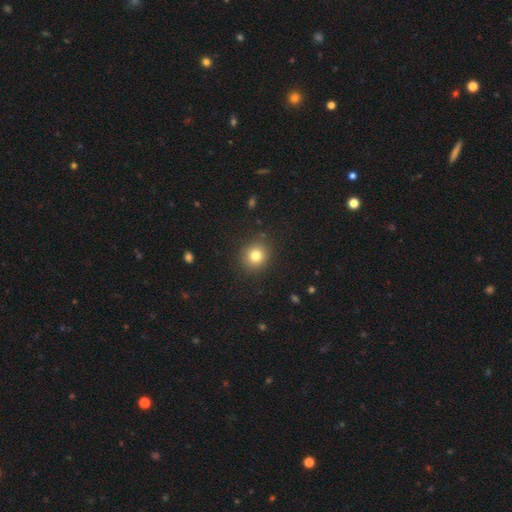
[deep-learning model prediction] Smooth or featured: smooth — 80% (star or artifact — 12%)
How rounded: round — 87% (in between — 12%)
Merging: none — 90% (minor disturbance — 7%)